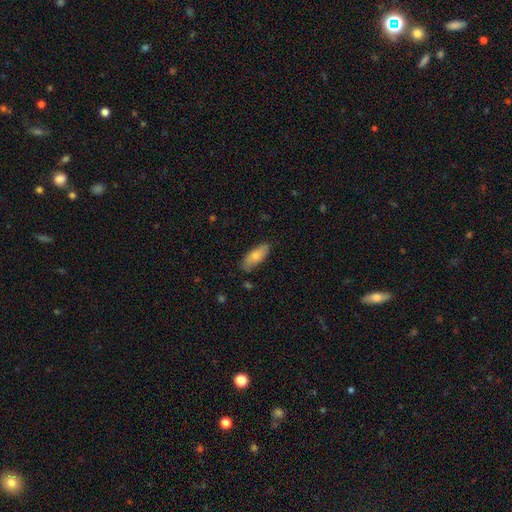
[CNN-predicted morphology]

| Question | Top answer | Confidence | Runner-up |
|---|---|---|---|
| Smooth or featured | smooth | 76% | featured or disk (18%) |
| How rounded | in between | 75% | cigar-shaped (22%) |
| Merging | none | 81% | minor disturbance (15%) |